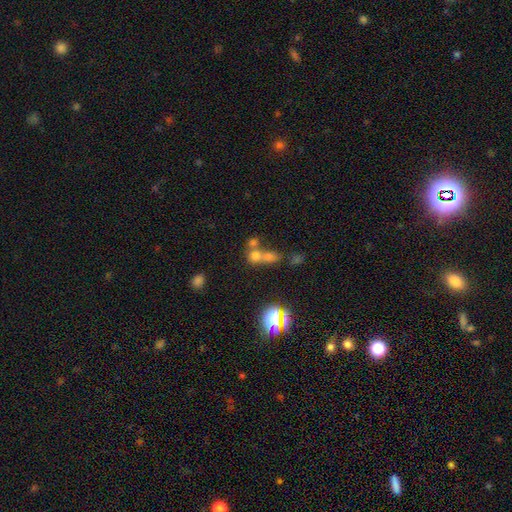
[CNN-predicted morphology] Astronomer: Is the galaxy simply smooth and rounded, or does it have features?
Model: smooth — 61%.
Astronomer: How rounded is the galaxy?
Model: round — 69%.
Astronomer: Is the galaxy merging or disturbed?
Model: merger — 60%.